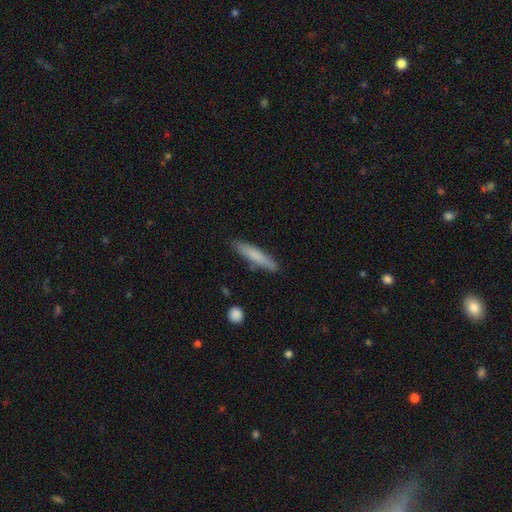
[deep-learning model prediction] This appears to be a smooth galaxy with no disk features (75%) that is cigar-shaped (89%). Merging: none (86%).